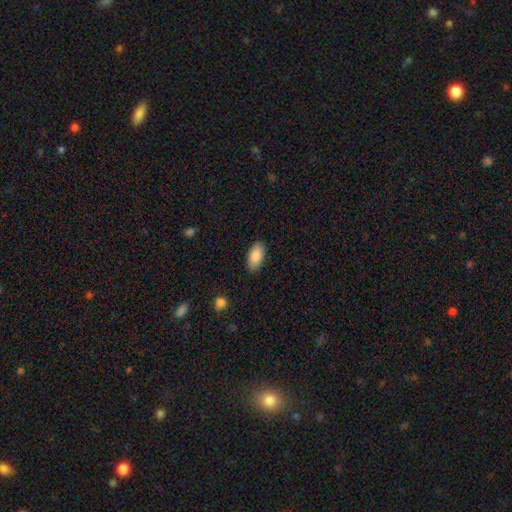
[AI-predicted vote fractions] This appears to be a smooth galaxy with no disk features (87%) that is in between round and cigar-shaped (94%). Merging: none (87%).